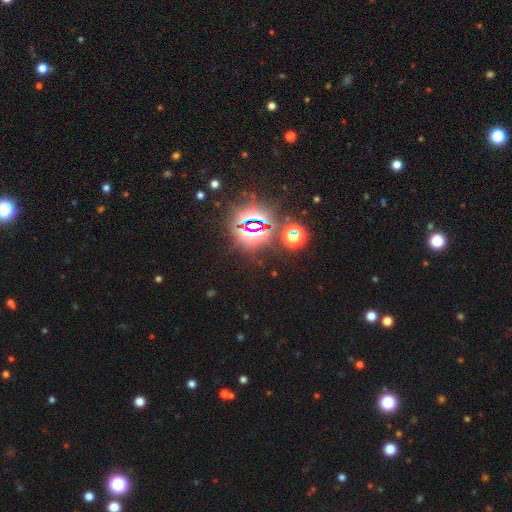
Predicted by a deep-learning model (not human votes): The model was most divided on "smooth or featured": star or artifact: 84%, smooth: 10%, featured or disk: 6%.